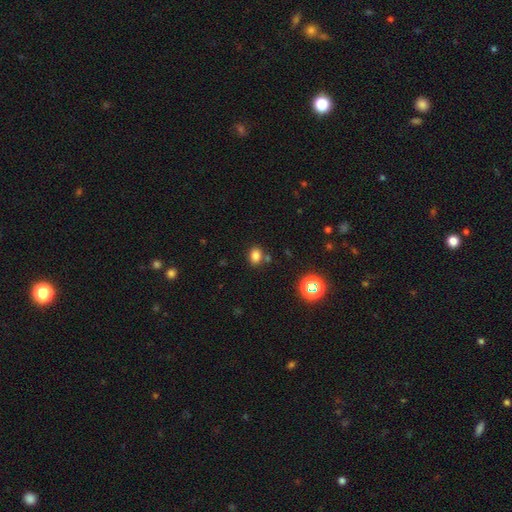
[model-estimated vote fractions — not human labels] Overall: smooth (80%). How rounded: in between (61%; round 38%). Merging: none (76%).